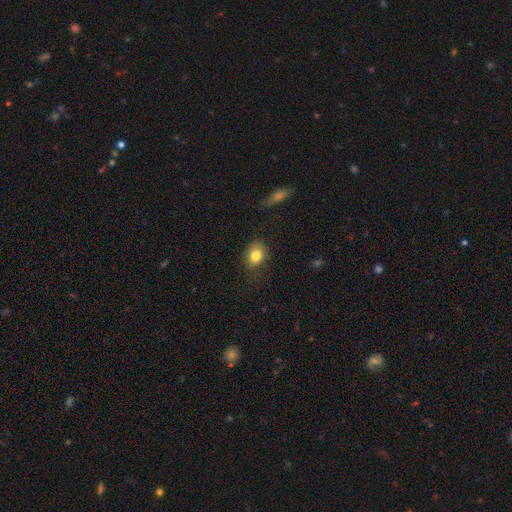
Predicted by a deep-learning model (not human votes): smooth_or_featured: smooth (p=0.81) [alt: star or artifact p=0.10]
how_rounded: round (p=0.59) [alt: in between p=0.40]
merging: none (p=0.74) [alt: minor disturbance p=0.18]